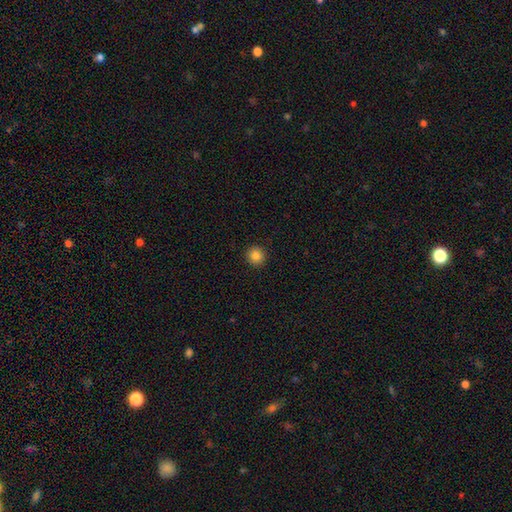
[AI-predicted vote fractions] Smooth or featured: smooth — 84% (star or artifact — 11%)
How rounded: round — 94% (in between — 5%)
Merging: none — 93% (minor disturbance — 5%)